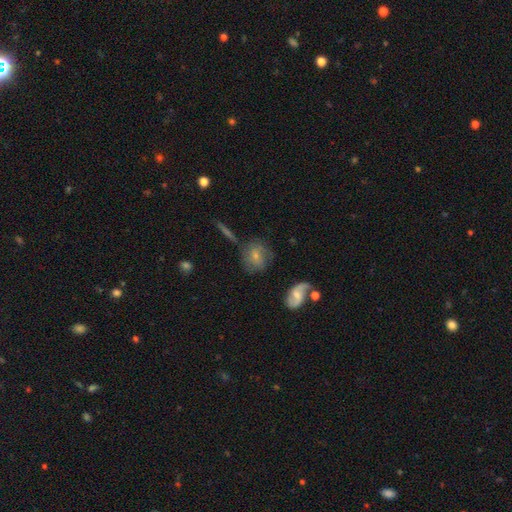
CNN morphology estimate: Smooth or featured? Predicted: smooth (p=0.57). How rounded? Predicted: round (p=0.66). Merging? Predicted: none (p=0.60).